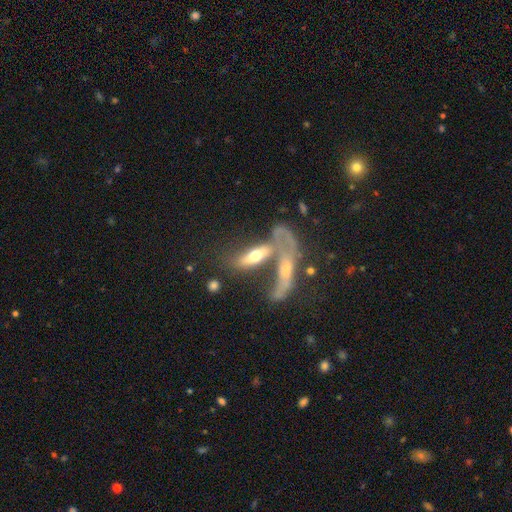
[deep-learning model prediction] The model was most divided on "smooth or featured": featured or disk: 52%, smooth: 40%, star or artifact: 8%. More confident: edge-on disk — yes (58%); merging — merger (56%).